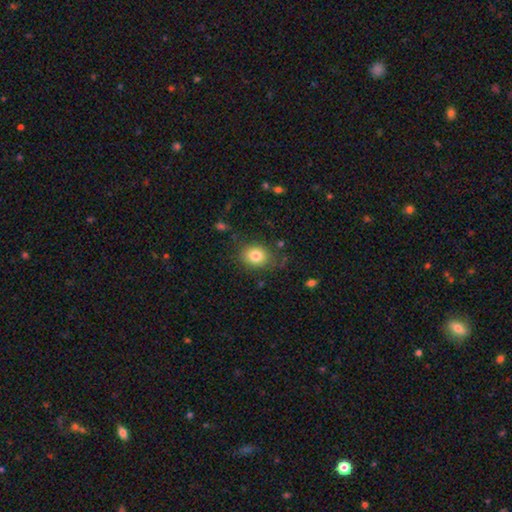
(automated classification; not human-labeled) Smooth or featured? smooth (82%)
How rounded? round (55%)
Merging? none (79%)